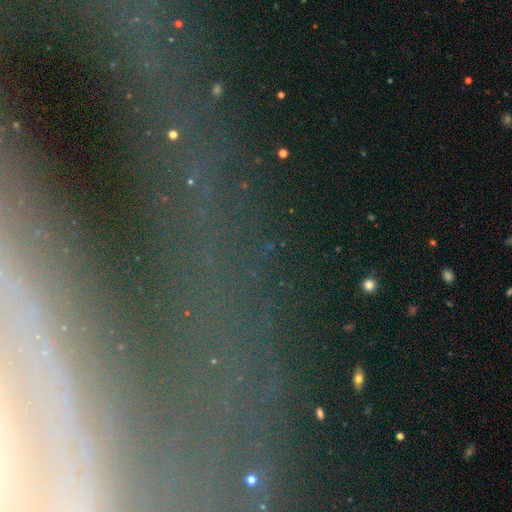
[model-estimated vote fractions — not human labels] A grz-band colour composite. It shows a star or artifact, not a galaxy (51%).